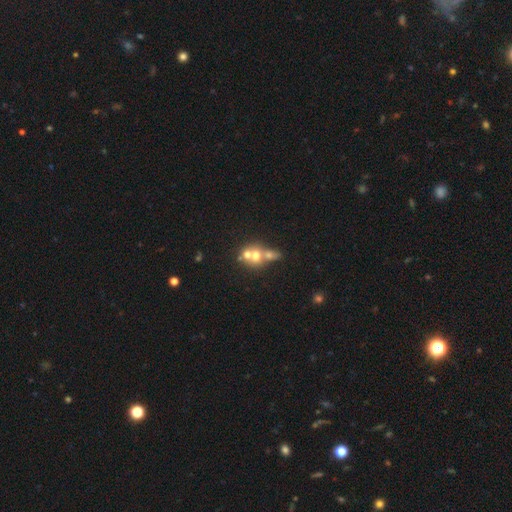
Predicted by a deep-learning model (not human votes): Morphology: type=smooth (54%); roundness=round (71%); merging=merger (65%).